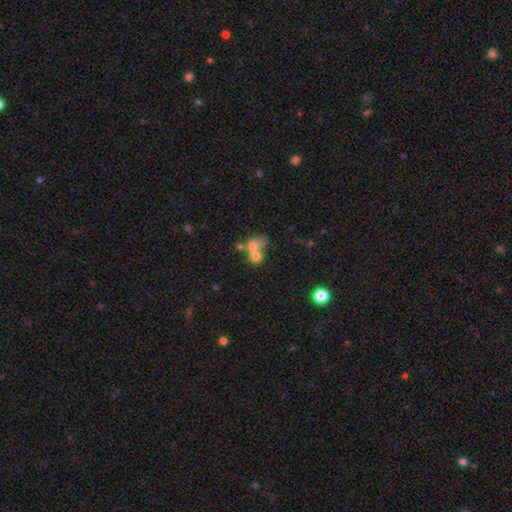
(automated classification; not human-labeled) Smooth or featured? smooth (66%)
How rounded? round (53%)
Merging? merger (68%)